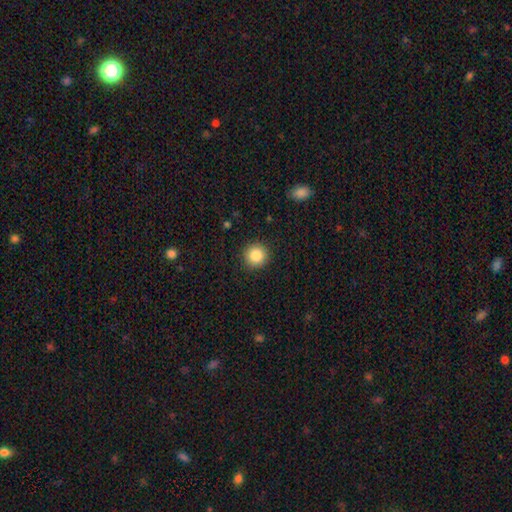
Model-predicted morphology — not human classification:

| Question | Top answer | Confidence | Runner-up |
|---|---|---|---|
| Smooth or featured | smooth | 86% | star or artifact (9%) |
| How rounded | round | 94% | in between (5%) |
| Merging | none | 91% | minor disturbance (6%) |